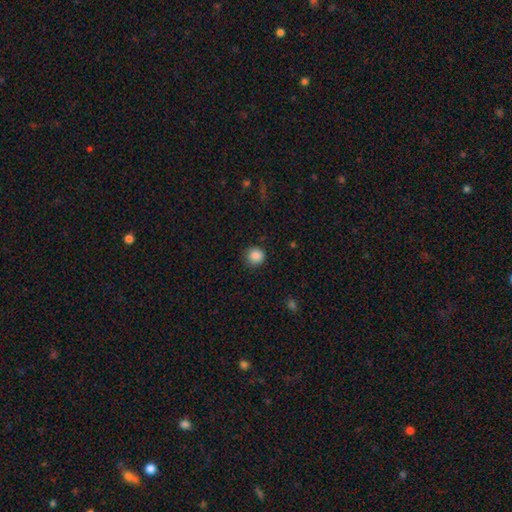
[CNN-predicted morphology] This appears to be a smooth galaxy with no disk features (87%) that is round (91%). Merging: none (86%).